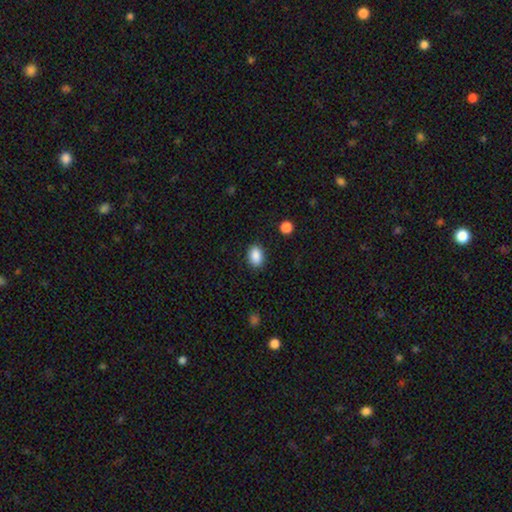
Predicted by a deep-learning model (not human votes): smooth-or-featured: smooth: 89% | star or artifact: 8% | featured or disk: 3%
  how-rounded: in between: 79% | round: 20% | cigar-shaped: 1%
  merging: none: 88% | minor disturbance: 8% | major disturbance: 2% | merger: 1%